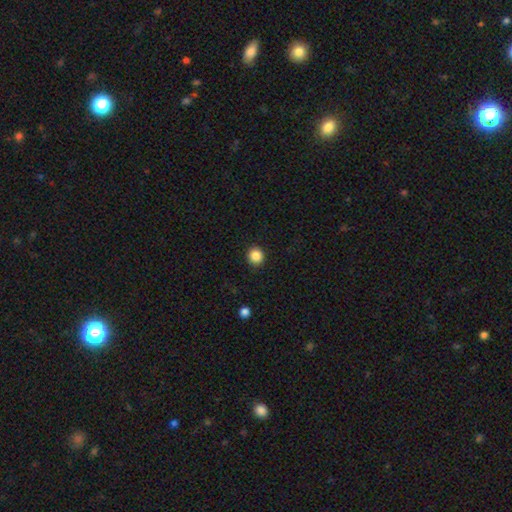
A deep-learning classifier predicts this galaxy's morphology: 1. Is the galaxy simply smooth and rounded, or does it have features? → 87% smooth, 10% star or artifact, 3% featured or disk.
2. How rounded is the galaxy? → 93% round, 6% in between, 1% cigar-shaped.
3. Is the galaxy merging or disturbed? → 93% none, 5% minor disturbance, 2% major disturbance, 1% merger.